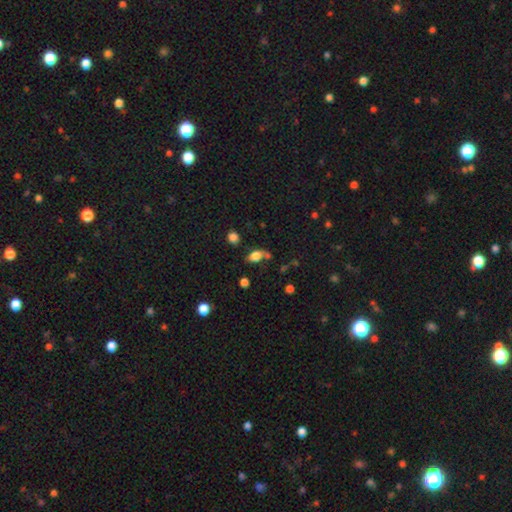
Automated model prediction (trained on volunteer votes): The model was most divided on "merging": none: 51%, minor disturbance: 22%, merger: 15%, major disturbance: 12%. More confident: how rounded — in between (79%); smooth or featured — smooth (77%).